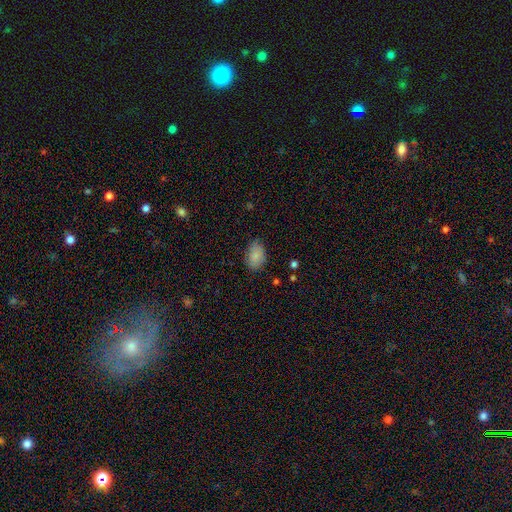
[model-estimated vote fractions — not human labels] A smooth galaxy with no disk features (85%) that is in between round and cigar-shaped (86%).

Vote fractions:
- Smooth or featured? smooth: 85% / star or artifact: 8% / featured or disk: 7%
- How rounded? in between: 86% / round: 13% / cigar-shaped: 1%
- Merging? none: 78% / minor disturbance: 17% / major disturbance: 3% / merger: 1%